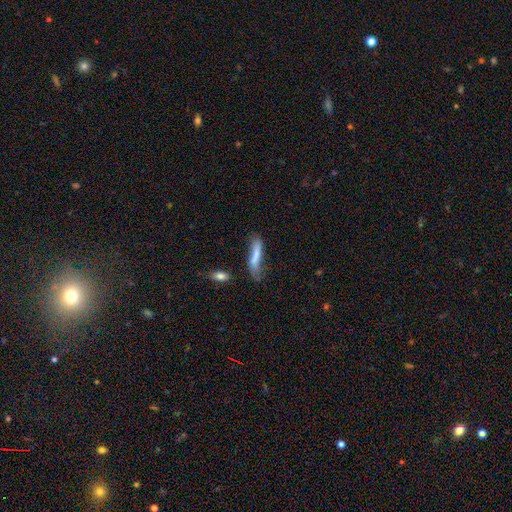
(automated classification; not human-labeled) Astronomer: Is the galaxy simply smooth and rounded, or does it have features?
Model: smooth — 69%.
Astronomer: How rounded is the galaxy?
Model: cigar-shaped — 79%.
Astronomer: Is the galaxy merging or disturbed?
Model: none — 41% (runner-up: minor disturbance, 32%).